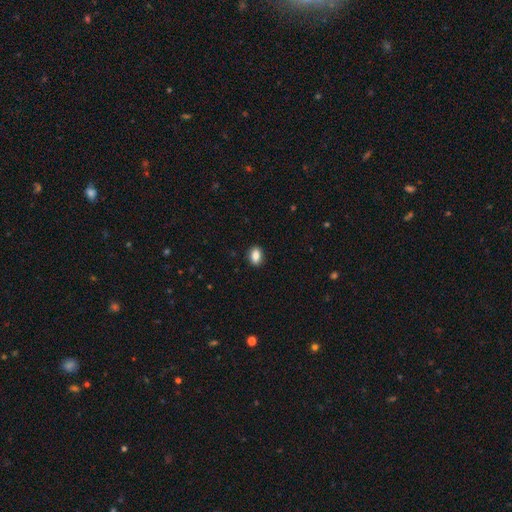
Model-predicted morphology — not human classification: Smooth or featured? smooth (86%)
How rounded? in between (78%)
Merging? none (90%)